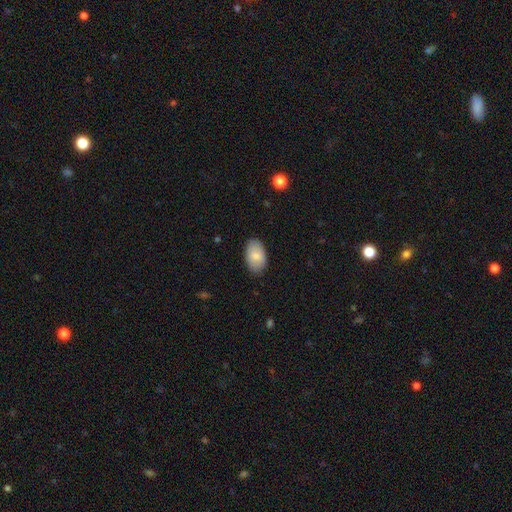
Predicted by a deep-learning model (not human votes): A smooth galaxy with no disk features (83%) that is in between round and cigar-shaped (94%). Merging: none (85%).